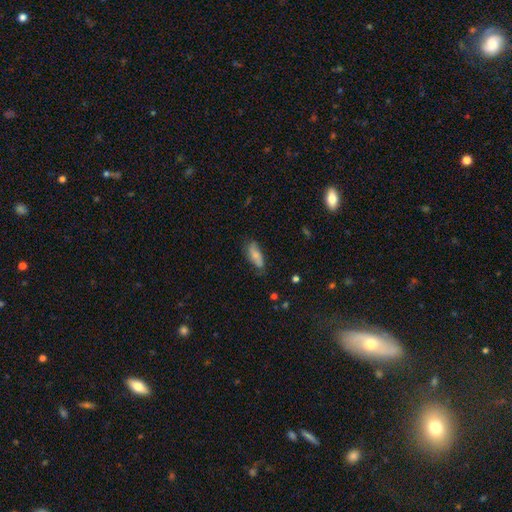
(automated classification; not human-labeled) A smooth galaxy with no disk features (65%) that is in between round and cigar-shaped (78%). Merging: none (62%).